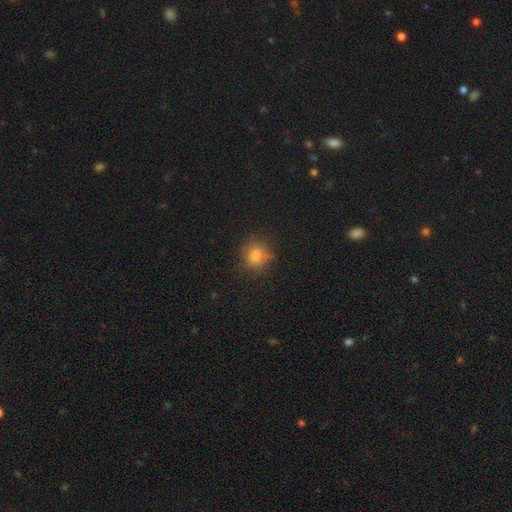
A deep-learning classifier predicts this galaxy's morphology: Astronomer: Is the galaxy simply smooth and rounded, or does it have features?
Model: smooth — 79%.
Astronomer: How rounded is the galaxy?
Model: round — 78%.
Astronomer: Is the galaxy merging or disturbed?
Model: none — 74%.